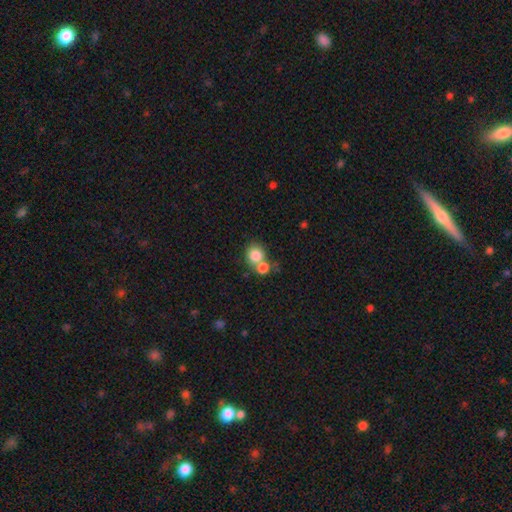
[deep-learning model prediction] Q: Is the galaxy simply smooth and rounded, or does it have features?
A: smooth — 81%.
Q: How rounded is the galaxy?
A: round — 81%.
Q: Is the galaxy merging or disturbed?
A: merger — 46%.